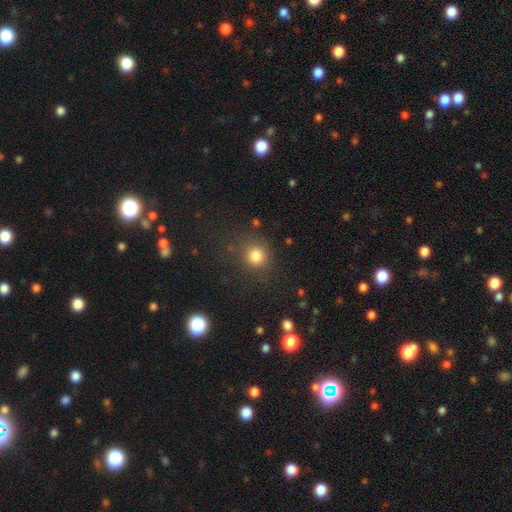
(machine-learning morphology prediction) Smooth or featured? smooth (81%)
How rounded? round (86%)
Merging? none (80%)